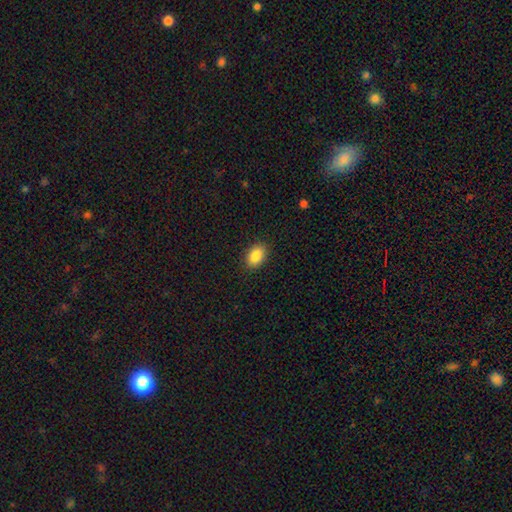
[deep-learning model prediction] A smooth galaxy with no disk features (87%) that is in between round and cigar-shaped (83%). Merging: none (89%).